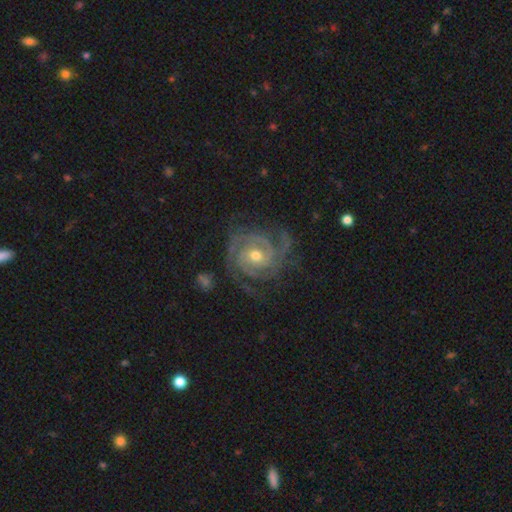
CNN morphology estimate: Smooth or featured? featured or disk (91%)
Edge-on disk? no (98%)
Bar? no (63%)
Spiral arms? yes (98%)
Spiral winding? tight (69%)
Spiral arm count? 3 (35%)
Bulge size? moderate (62%)
Merging? none (71%)